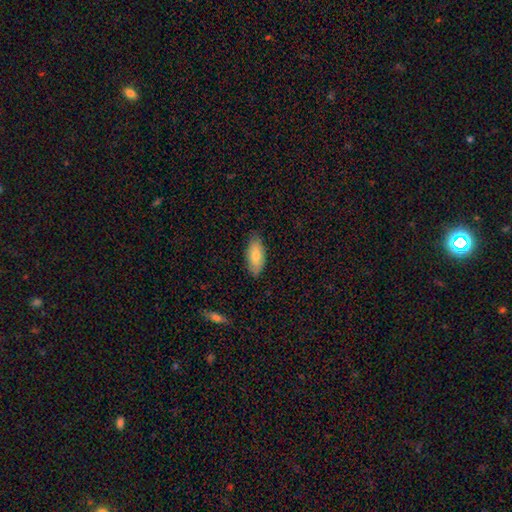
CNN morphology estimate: smooth-or-featured: smooth: 79% | featured or disk: 15% | star or artifact: 6%
  how-rounded: in between: 88% | cigar-shaped: 10% | round: 2%
  merging: none: 82% | minor disturbance: 15% | major disturbance: 2% | merger: 1%